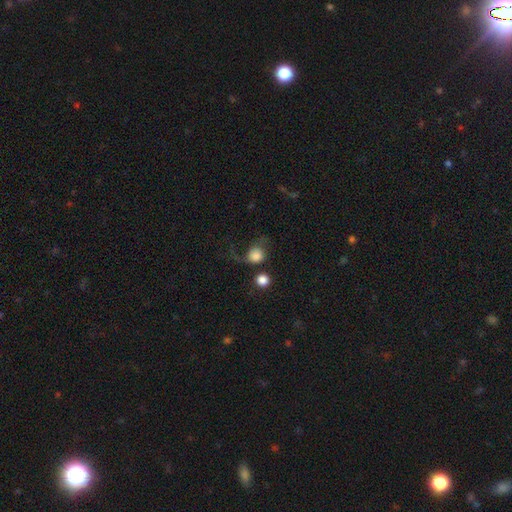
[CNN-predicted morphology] A smooth galaxy with no disk features (74%) that is round (82%). Merging: none (36%).